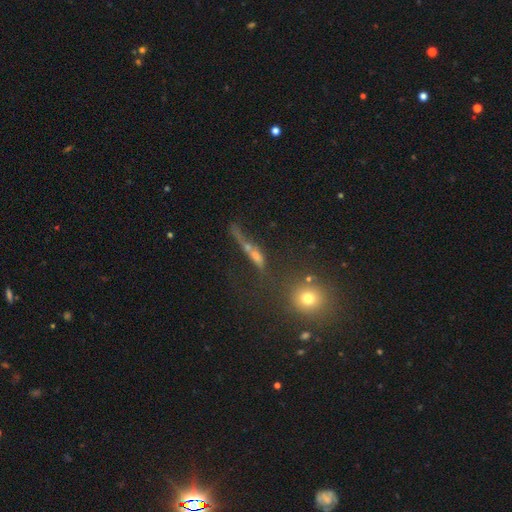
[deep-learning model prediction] Smooth or featured? featured or disk (44%)
Merging? none (40%)